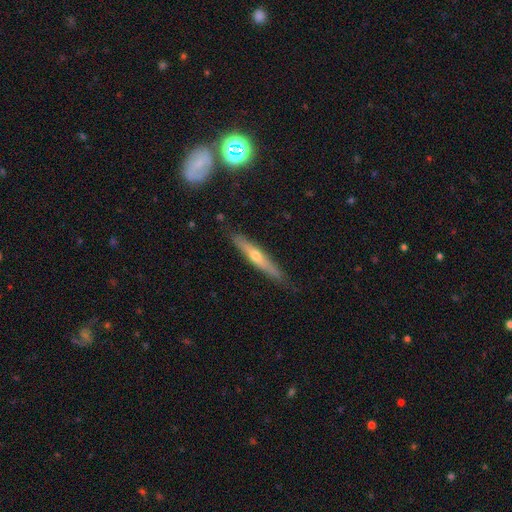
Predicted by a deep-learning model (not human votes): smooth-or-featured: featured or disk: 63% | smooth: 28% | star or artifact: 8%
  disk-edge-on: yes: 93% | no: 7%
    edge-on-bulge: rounded: 82% | none: 15% | boxy: 3%
  merging: none: 83% | minor disturbance: 13% | major disturbance: 2% | merger: 2%